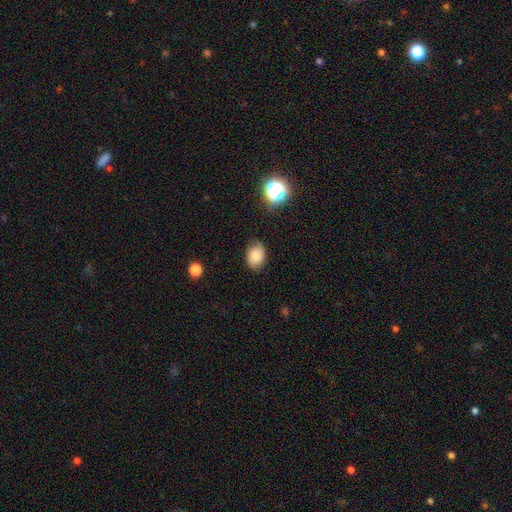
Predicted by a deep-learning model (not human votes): A smooth galaxy with no disk features (79%) that is in between round and cigar-shaped (72%).

Vote fractions:
- Smooth or featured? smooth: 79% / featured or disk: 11% / star or artifact: 11%
- How rounded? in between: 72% / round: 27% / cigar-shaped: 1%
- Merging? none: 78% / minor disturbance: 17% / major disturbance: 4% / merger: 1%